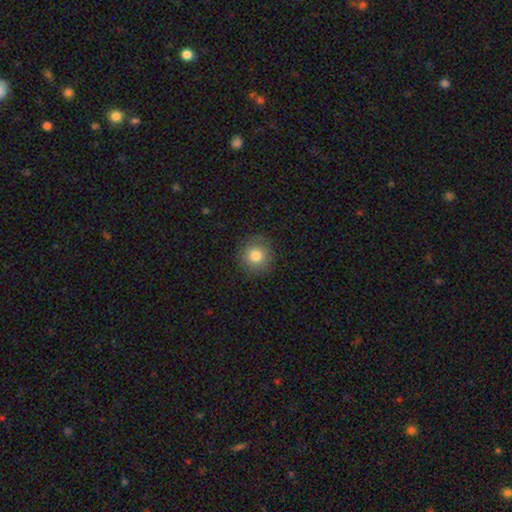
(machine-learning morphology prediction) This appears to be a smooth galaxy with no disk features (80%) that is round (92%). Merging: none (89%).